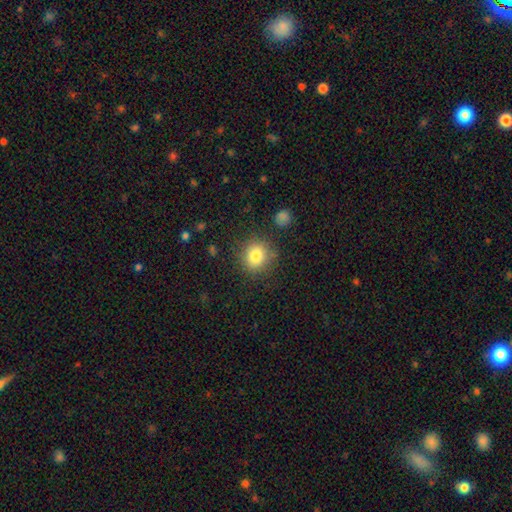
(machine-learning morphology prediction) type=smooth (82%); roundness=round (84%); merging=none (82%).